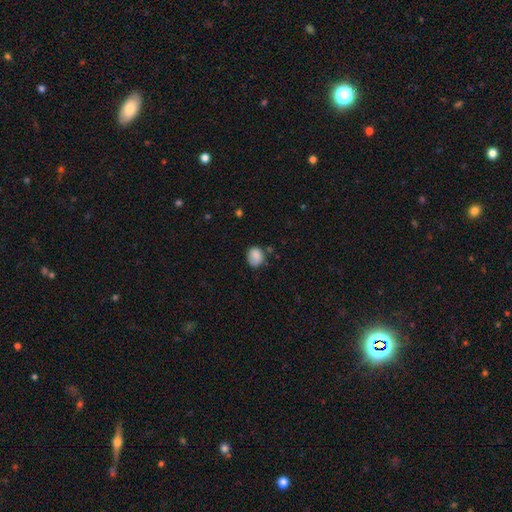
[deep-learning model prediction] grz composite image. It shows a smooth galaxy with no disk features (83%) that is round (54%). Merging: none (62%).